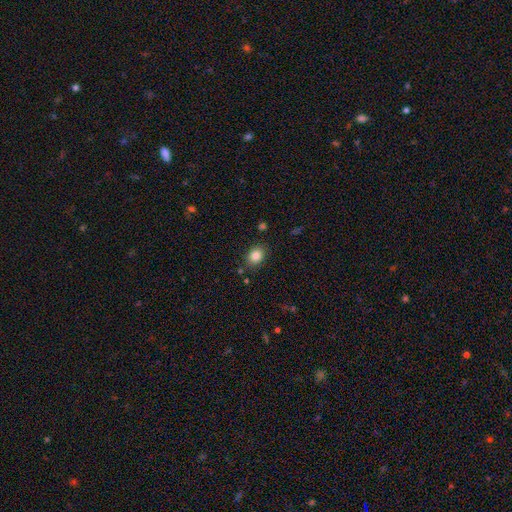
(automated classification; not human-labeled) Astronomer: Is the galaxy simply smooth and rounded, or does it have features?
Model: smooth — 85%.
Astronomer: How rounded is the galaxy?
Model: in between — 56% (runner-up: round, 43%).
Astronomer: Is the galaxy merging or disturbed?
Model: none — 83%.